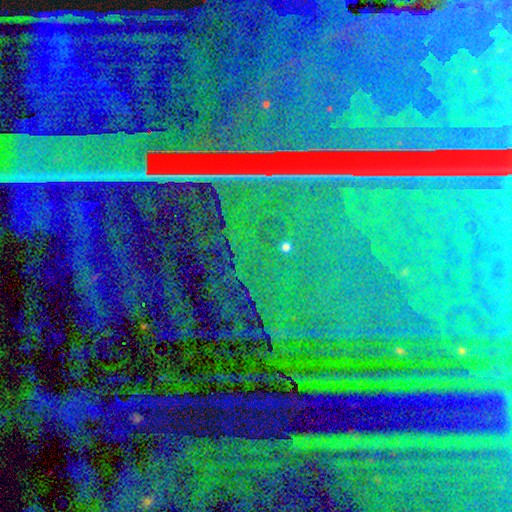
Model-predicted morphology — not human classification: This is clearly a star or artifact rather than a galaxy (89%).